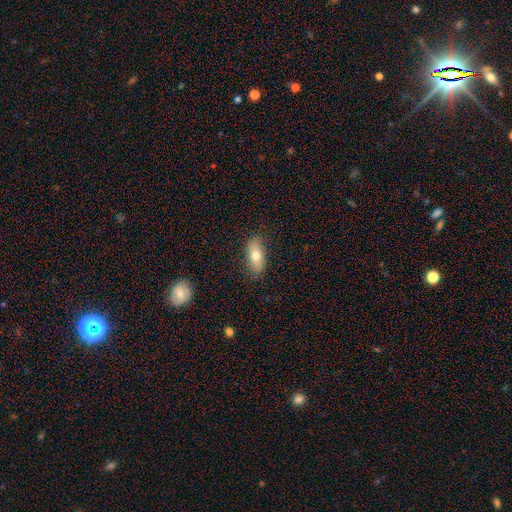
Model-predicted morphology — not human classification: This appears to be a smooth galaxy with no disk features (73%) that is in between round and cigar-shaped (82%). Merging: none (83%).